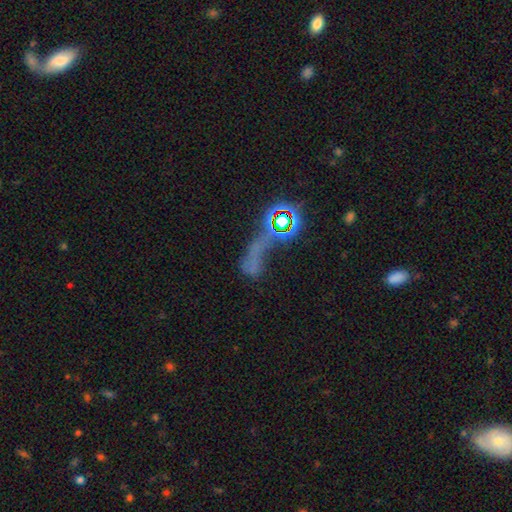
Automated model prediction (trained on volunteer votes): Overall: featured or disk (35%; smooth 33%). Merging: merger (40%; major disturbance 25%).